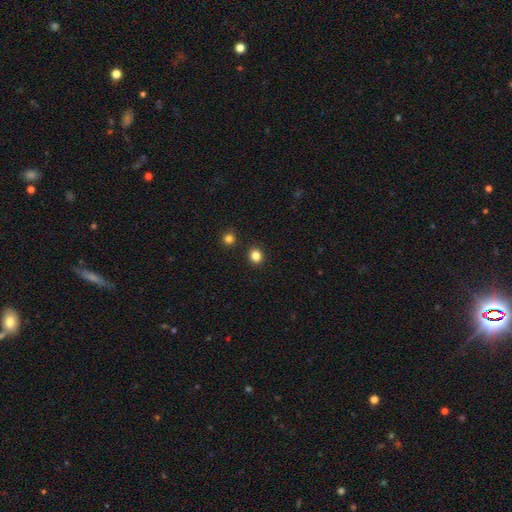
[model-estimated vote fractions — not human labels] Smooth or featured? smooth (83%)
How rounded? round (84%)
Merging? none (91%)